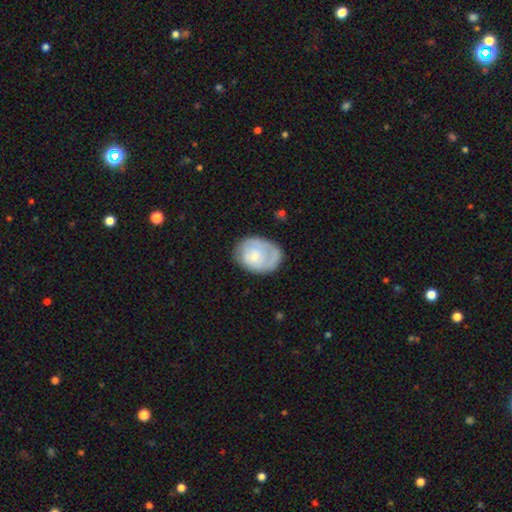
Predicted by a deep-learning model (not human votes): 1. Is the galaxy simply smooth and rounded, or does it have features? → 51% smooth, 43% featured or disk, 6% star or artifact.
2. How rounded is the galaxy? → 63% in between, 36% round, 1% cigar-shaped.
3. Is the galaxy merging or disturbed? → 57% none, 28% minor disturbance, 12% major disturbance, 2% merger.